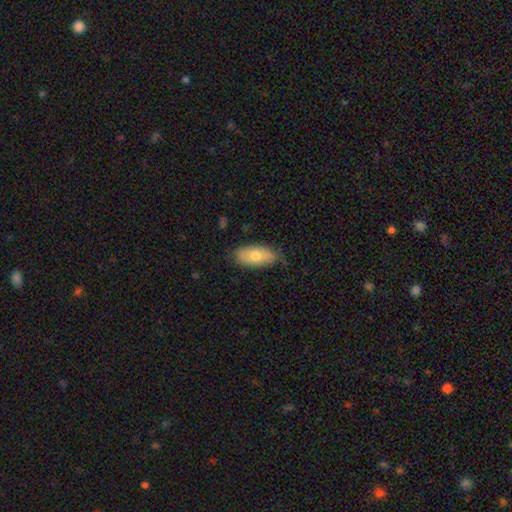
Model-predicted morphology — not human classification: Smooth or featured? Predicted: smooth (p=0.71). How rounded? Predicted: in between (p=0.90). Merging? Predicted: none (p=0.76).